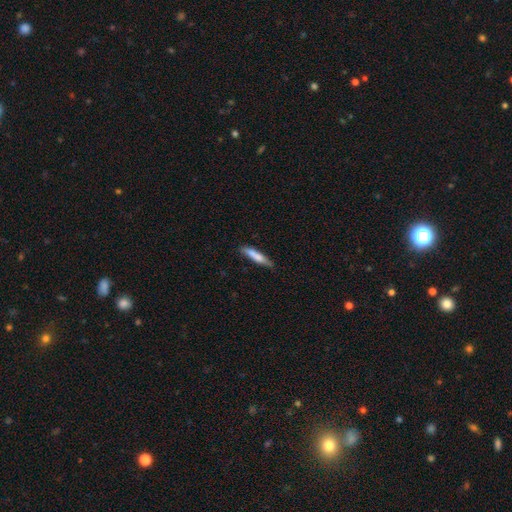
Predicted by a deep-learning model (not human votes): This appears to be a smooth galaxy with no disk features (74%) that is cigar-shaped (88%). Merging: none (69%).